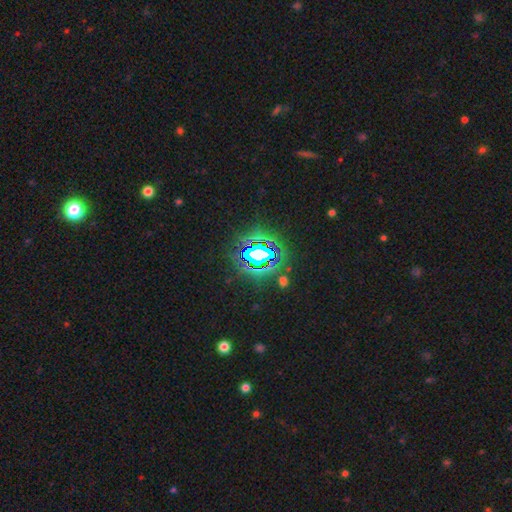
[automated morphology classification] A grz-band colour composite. It shows a star or artifact, not a galaxy (76%).